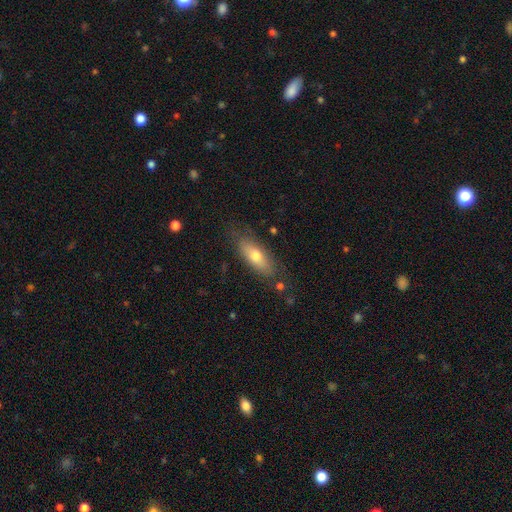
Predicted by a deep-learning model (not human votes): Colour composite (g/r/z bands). It shows a smooth galaxy with no disk features (65%) that is in between round and cigar-shaped (65%). Merging: none (77%).